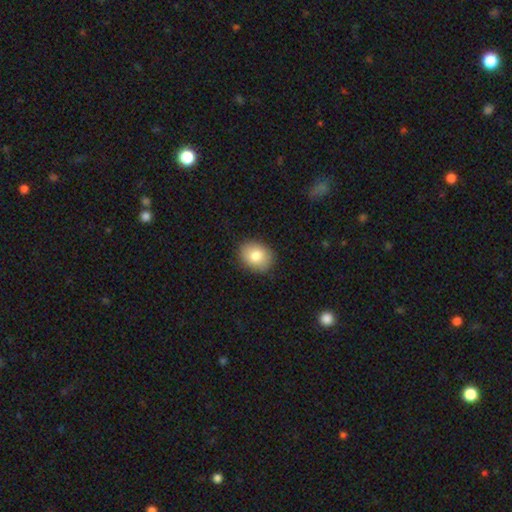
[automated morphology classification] This appears to be a smooth galaxy with no disk features (81%) that is in between round and cigar-shaped (58%). Merging: none (88%).